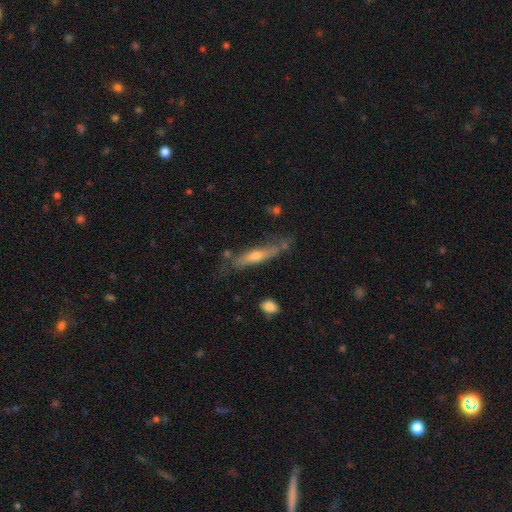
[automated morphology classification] This is possibly a featured or disk galaxy (52%). It is likely viewed edge-on (80%). Merging: likely none (63%).